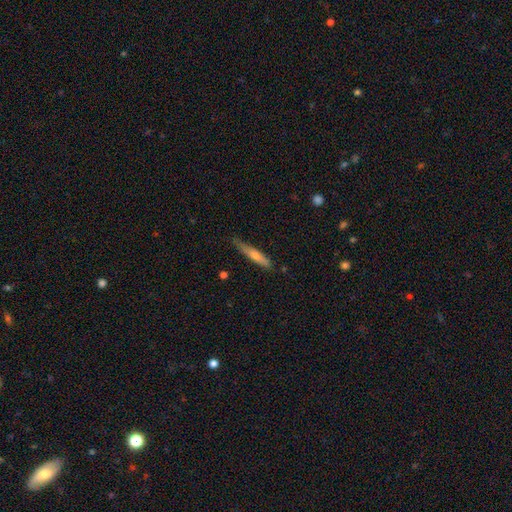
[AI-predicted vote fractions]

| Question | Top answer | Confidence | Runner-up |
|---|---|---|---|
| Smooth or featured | smooth | 64% | featured or disk (30%) |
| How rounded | cigar-shaped | 90% | in between (9%) |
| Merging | none | 65% | minor disturbance (27%) |